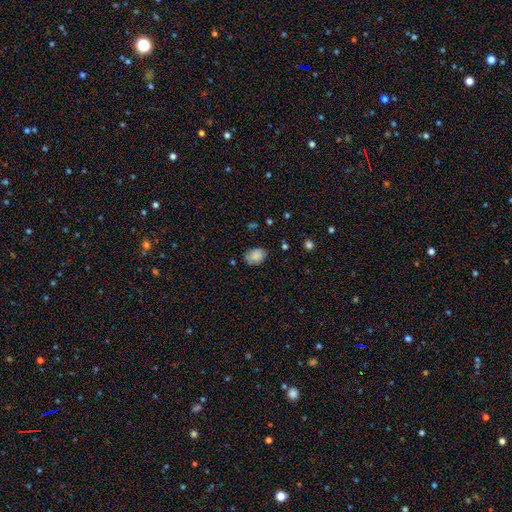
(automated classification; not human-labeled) This is clearly a smooth galaxy (85%). How rounded: likely in between (71%). Merging: likely none (75%).